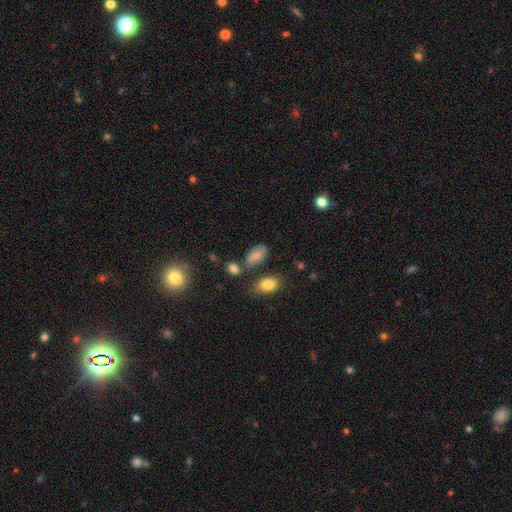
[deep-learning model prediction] Smooth or featured? Predicted: smooth (p=0.78). How rounded? Predicted: in between (p=0.91). Merging? Predicted: none (p=0.59).